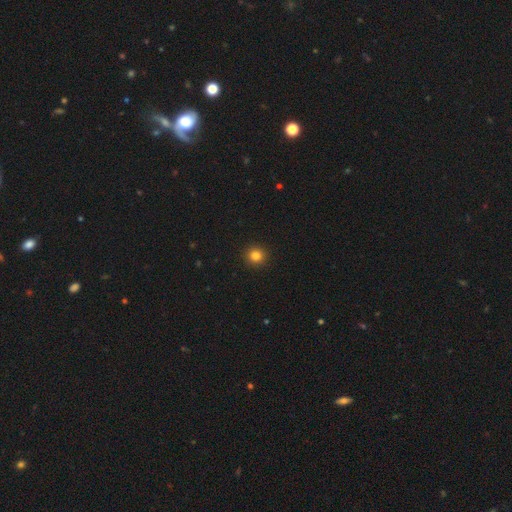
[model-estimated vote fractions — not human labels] This is clearly a smooth galaxy (83%). How rounded: clearly round (93%). Merging: clearly none (93%).